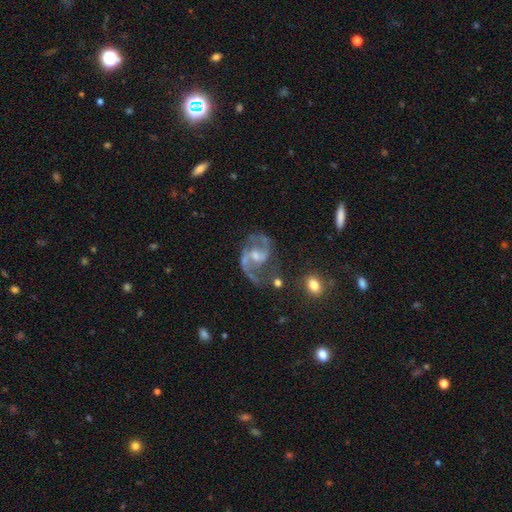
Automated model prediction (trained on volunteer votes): The model was most divided on "bulge size": small: 45%, moderate: 43%, none: 8%, large: 4%, dominant: 1%. Remaining: edge-on disk — no (98%); spiral arms — yes (96%); spiral arm count — 2 (89%); smooth or featured — featured or disk (89%); merging — none (62%); spiral winding — medium (56%); bar — weak (49%).